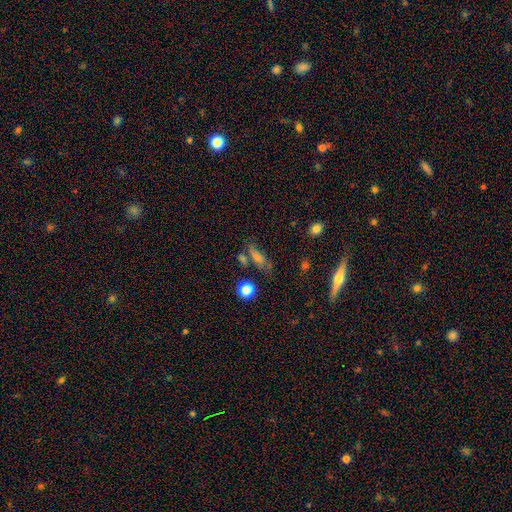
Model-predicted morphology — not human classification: This appears to be a smooth galaxy with no disk features (49%). Merging: none (64%).